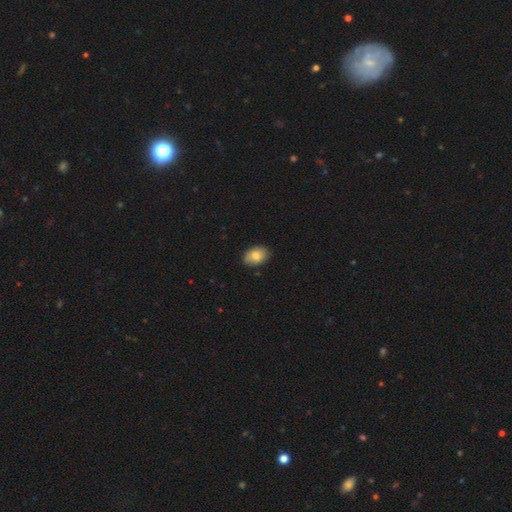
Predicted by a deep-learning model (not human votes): A smooth galaxy with no disk features (80%) that is in between round and cigar-shaped (83%). Merging: none (86%).